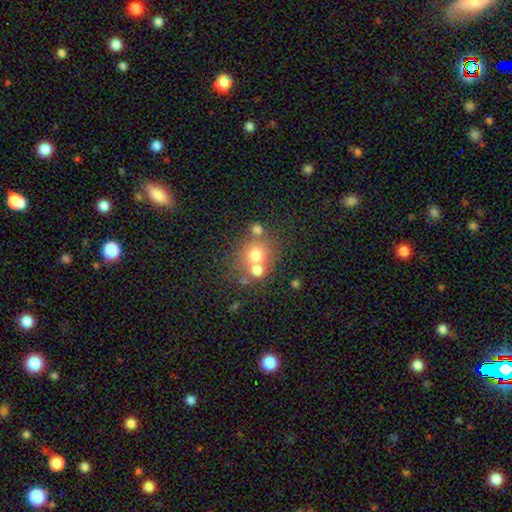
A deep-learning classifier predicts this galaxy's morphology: Overall: smooth (68%). How rounded: round (83%). Merging: none (49%; merger 38%).